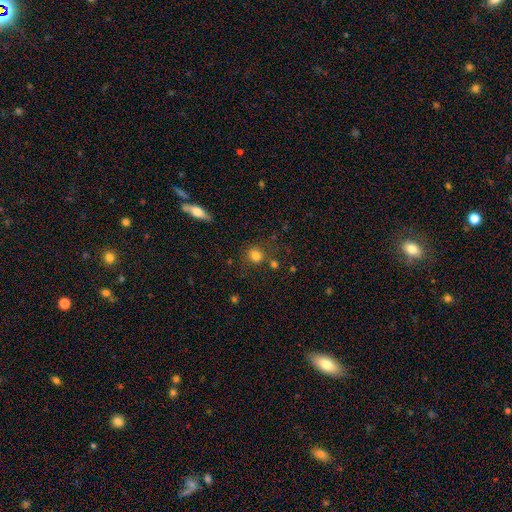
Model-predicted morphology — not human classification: The model was most divided on "merging": none: 75%, minor disturbance: 12%, merger: 9%, major disturbance: 5%. More confident: how rounded — round (84%); smooth or featured — smooth (80%).